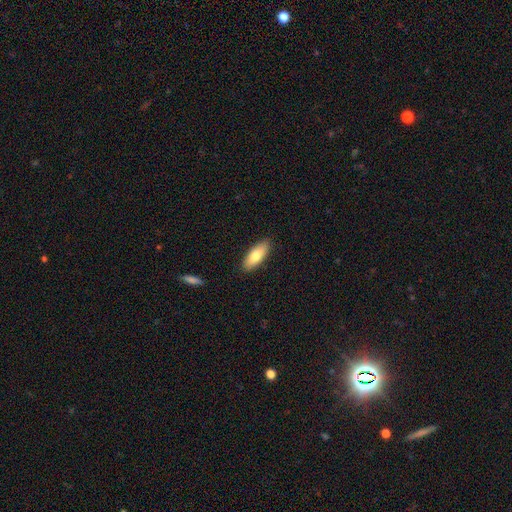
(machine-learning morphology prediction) Smooth or featured?
  - smooth: 78% *
  - featured or disk: 16%
  - star or artifact: 6%
How rounded?
  - in between: 73% *
  - cigar-shaped: 25%
  - round: 2%
Merging?
  - none: 88% *
  - minor disturbance: 9%
  - major disturbance: 2%
  - merger: 1%